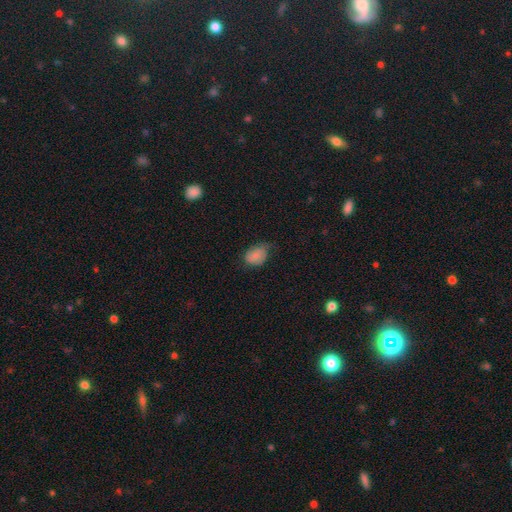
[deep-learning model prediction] A smooth galaxy with no disk features (80%) that is in between round and cigar-shaped (72%). Merging: none (47%).